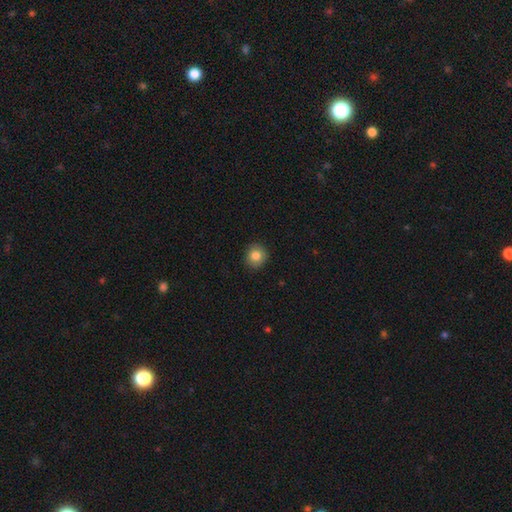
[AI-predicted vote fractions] Smooth or featured? Predicted: smooth (p=0.84). How rounded? Predicted: round (p=0.89). Merging? Predicted: none (p=0.89).